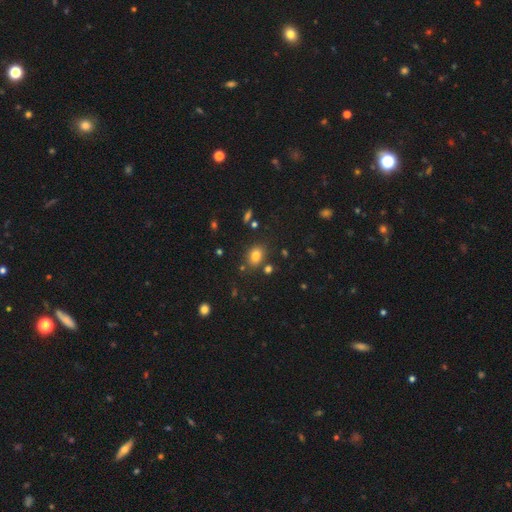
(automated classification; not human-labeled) smooth_or_featured: smooth (p=0.79) [alt: star or artifact p=0.13]
how_rounded: in between (p=0.66) [alt: round p=0.33]
merging: none (p=0.80) [alt: minor disturbance p=0.11]